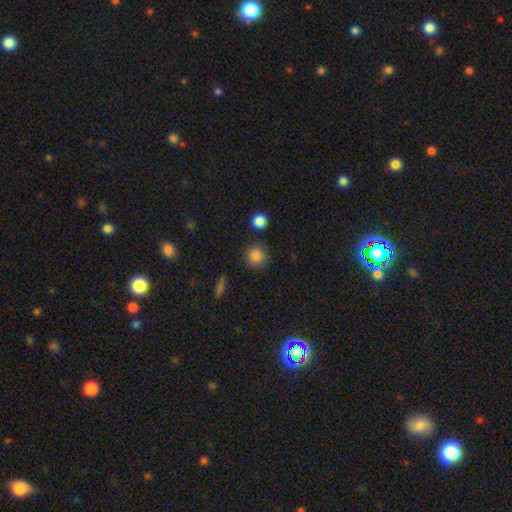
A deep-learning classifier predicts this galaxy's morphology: This is clearly a smooth galaxy (85%). How rounded: clearly round (94%). Merging: clearly none (85%).